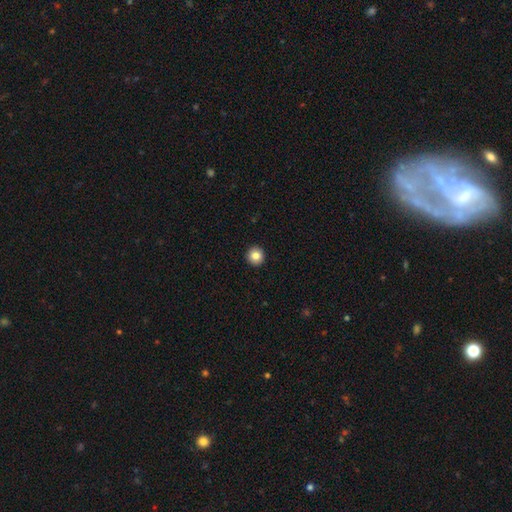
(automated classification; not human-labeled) A smooth galaxy with no disk features (84%) that is round (94%). Merging: none (94%).